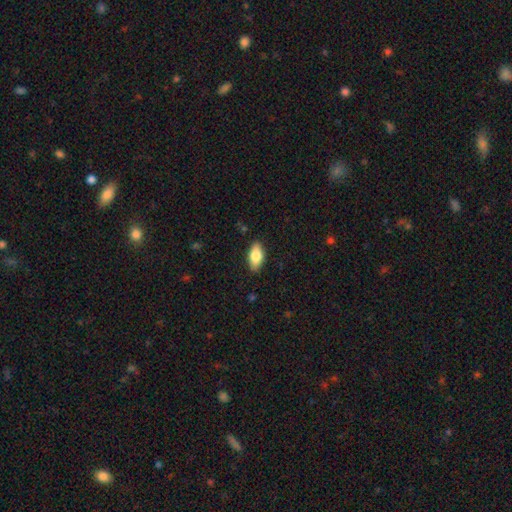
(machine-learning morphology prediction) type=smooth (78%); roundness=in between (88%); merging=none (87%).